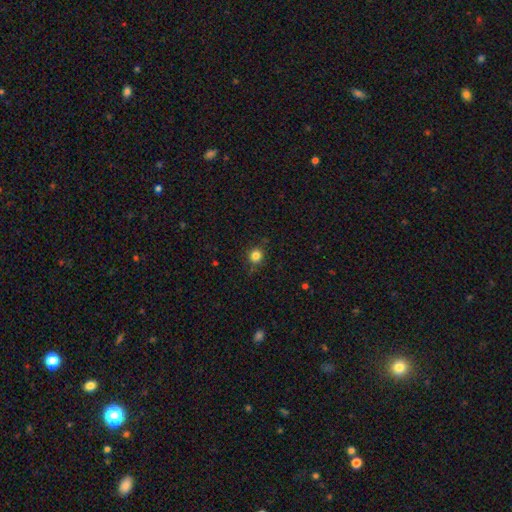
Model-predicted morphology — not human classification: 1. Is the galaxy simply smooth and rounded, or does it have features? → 83% smooth, 13% star or artifact, 5% featured or disk.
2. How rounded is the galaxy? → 90% round, 9% in between, 1% cigar-shaped.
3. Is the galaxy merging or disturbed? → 86% none, 10% minor disturbance, 3% major disturbance, 2% merger.